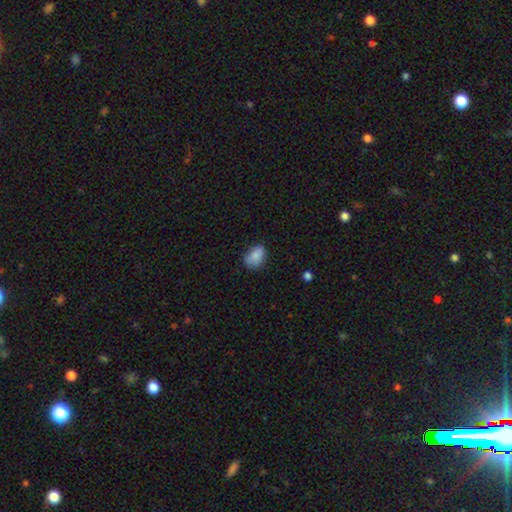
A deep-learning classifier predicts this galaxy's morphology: Smooth or featured: smooth — 86% (star or artifact — 8%)
How rounded: in between — 85% (round — 13%)
Merging: none — 67% (minor disturbance — 26%)